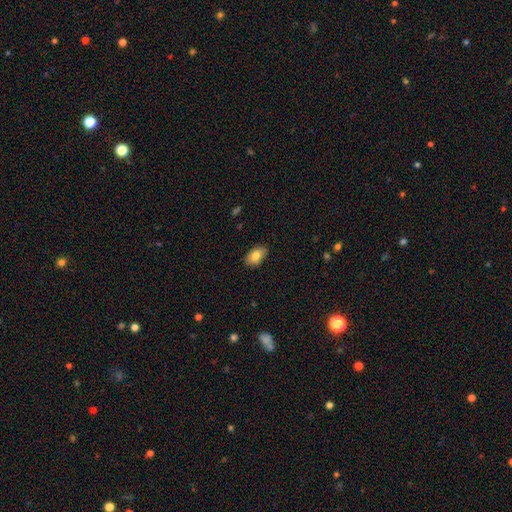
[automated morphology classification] This is clearly a smooth galaxy (82%). How rounded: clearly in between (88%). Merging: clearly none (84%).